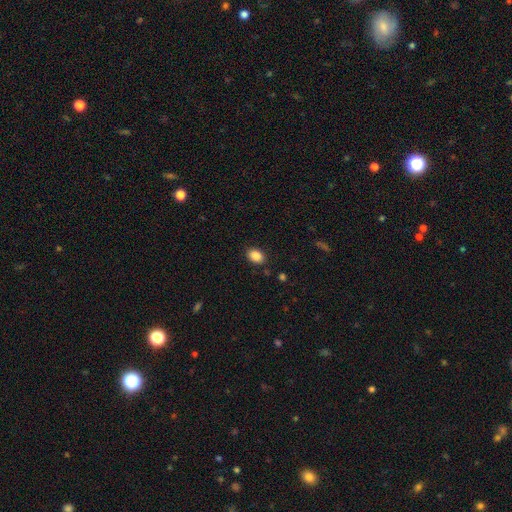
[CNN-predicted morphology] Smooth or featured? Predicted: smooth (p=0.87). How rounded? Predicted: in between (p=0.76). Merging? Predicted: none (p=0.87).